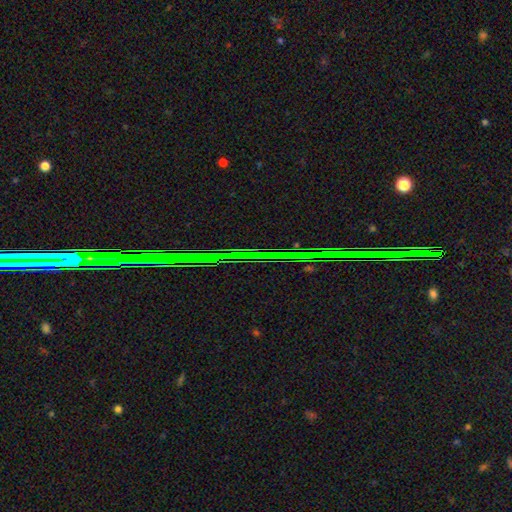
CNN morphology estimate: A star or artifact, not a galaxy (83%).

Vote fractions:
- Smooth or featured? star or artifact: 83% / featured or disk: 10% / smooth: 7%